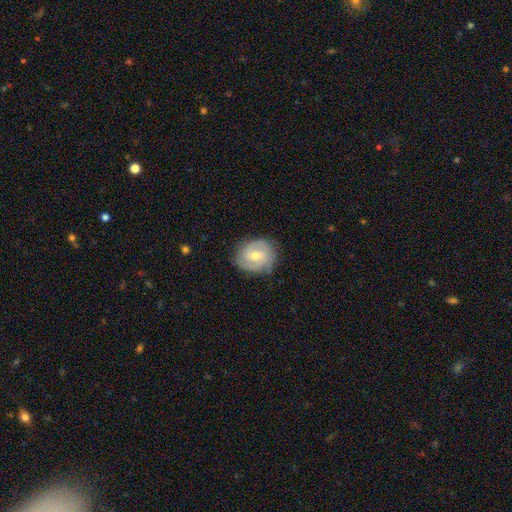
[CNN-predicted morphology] Smooth or featured? featured or disk (73%)
Edge-on disk? no (97%)
Bar? weak (47%)
Spiral arms? yes (91%)
Spiral winding? tight (53%)
Spiral arm count? 2 (59%)
Bulge size? moderate (58%)
Merging? none (78%)